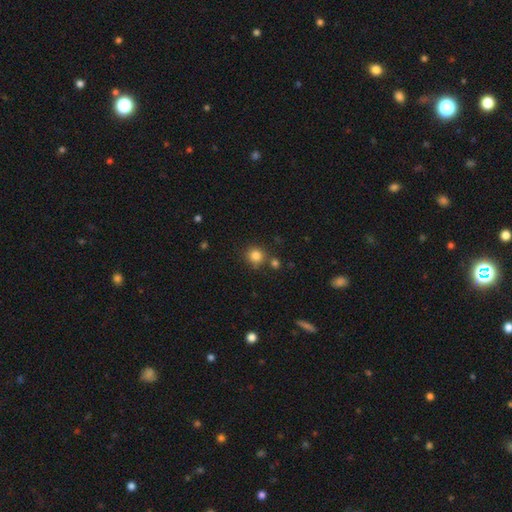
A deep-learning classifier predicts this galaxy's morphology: smooth_or_featured: smooth (p=0.83) [alt: star or artifact p=0.12]
how_rounded: round (p=0.91) [alt: in between p=0.08]
merging: none (p=0.76) [alt: merger p=0.11]